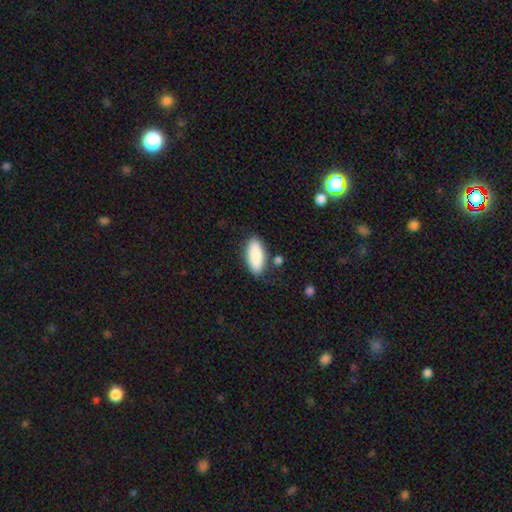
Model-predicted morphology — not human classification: Smooth or featured: smooth — 88% (featured or disk — 6%)
How rounded: in between — 81% (cigar-shaped — 17%)
Merging: none — 81% (minor disturbance — 12%)